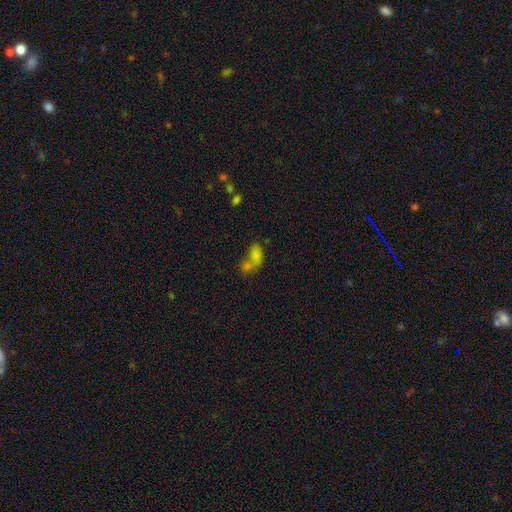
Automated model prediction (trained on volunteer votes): The model was most divided on "merging": merger: 65%, none: 20%, minor disturbance: 8%, major disturbance: 7%. More confident: how rounded — in between (82%); smooth or featured — smooth (74%).